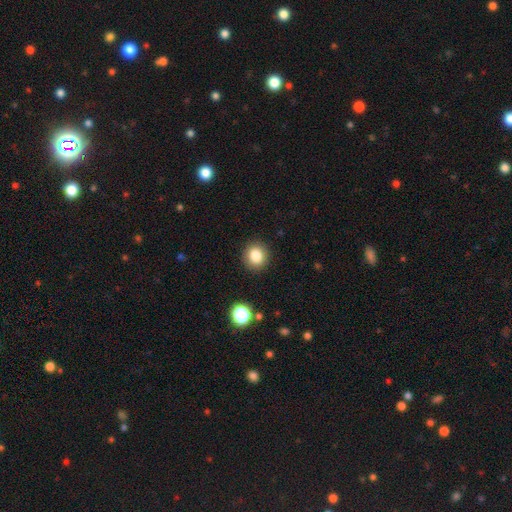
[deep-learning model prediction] Morphology: type=smooth (83%); roundness=round (87%); merging=none (91%).